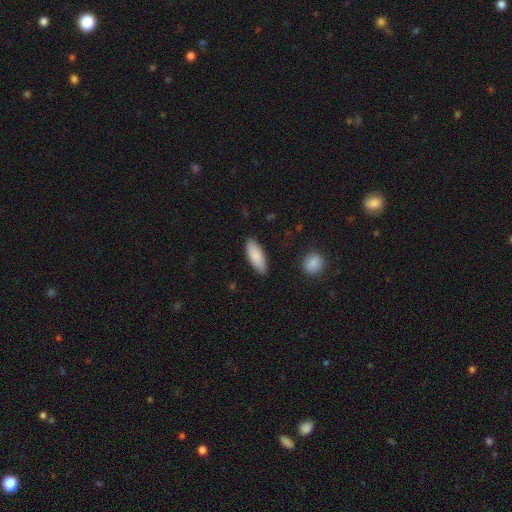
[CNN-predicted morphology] smooth 86%, featured or disk 9%, star or artifact 6%. Down the decision tree: how rounded — in between (71%); merging — none (87%).